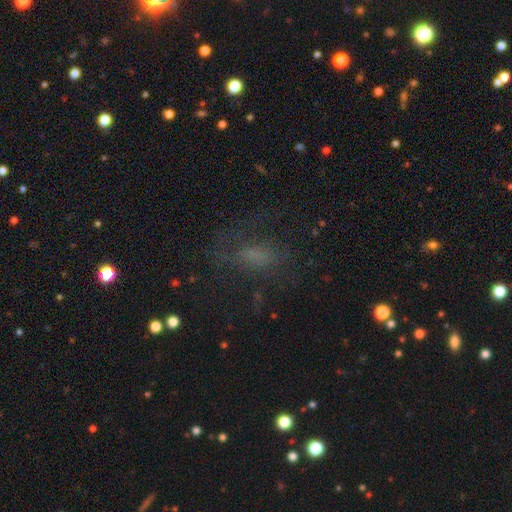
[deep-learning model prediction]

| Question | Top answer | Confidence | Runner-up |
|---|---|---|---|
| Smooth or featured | smooth | 49% | star or artifact (26%) |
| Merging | none | 58% | major disturbance (21%) |